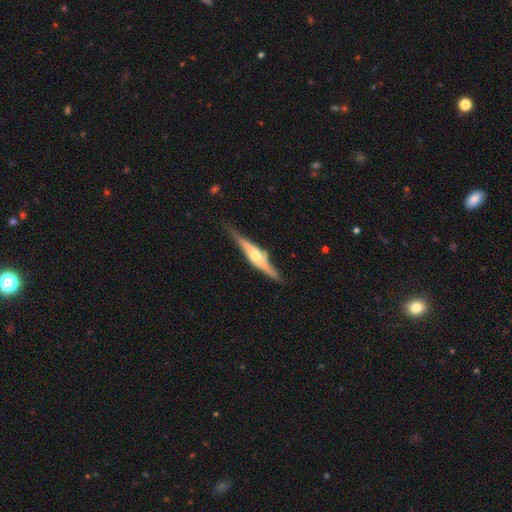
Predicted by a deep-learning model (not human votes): Morphology: type=featured or disk (76%); edge-on=yes (95%); edge-on bulge=rounded (85%); merging=none (76%).